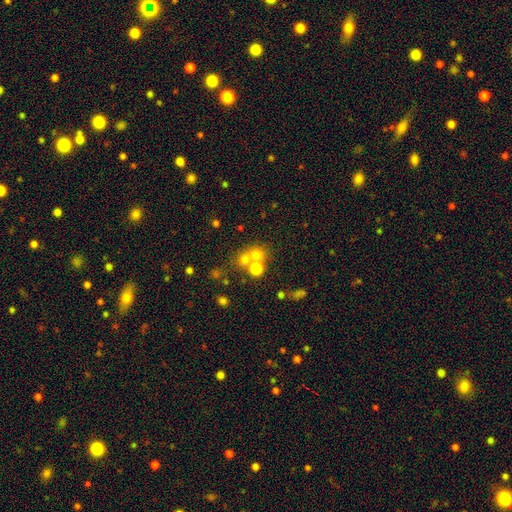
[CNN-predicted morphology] Overall: smooth (64%). How rounded: round (83%). Merging: none (45%; merger 44%).